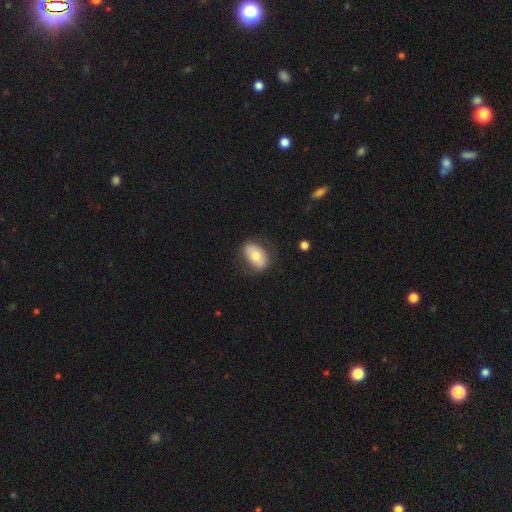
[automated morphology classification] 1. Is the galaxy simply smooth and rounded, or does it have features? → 68% smooth, 25% featured or disk, 6% star or artifact.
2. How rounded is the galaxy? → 88% in between, 10% round, 2% cigar-shaped.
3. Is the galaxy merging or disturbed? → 74% none, 18% minor disturbance, 6% major disturbance, 1% merger.